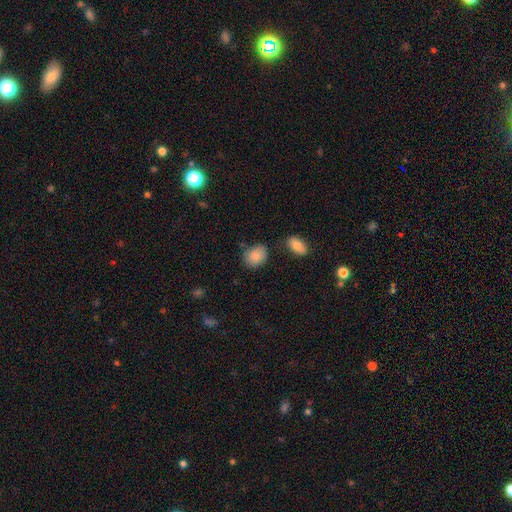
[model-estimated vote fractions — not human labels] Q: Smooth or featured?
A: smooth (85%); runner-up: star or artifact (8%)
Q: How rounded?
A: in between (64%); runner-up: round (35%)
Q: Merging?
A: none (71%); runner-up: minor disturbance (19%)